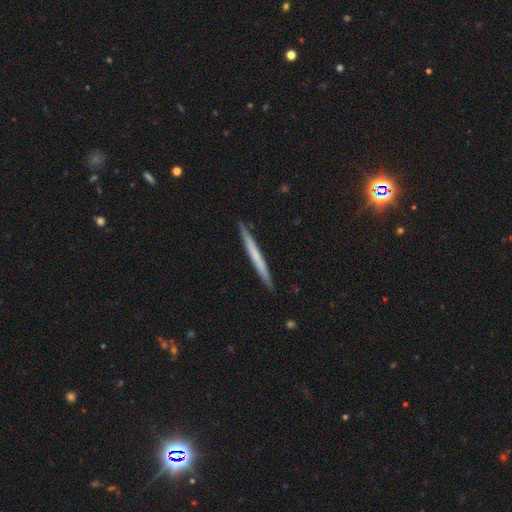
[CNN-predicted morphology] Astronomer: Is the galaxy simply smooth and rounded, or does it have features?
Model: smooth — 52% (runner-up: featured or disk, 42%).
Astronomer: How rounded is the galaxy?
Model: cigar-shaped — 97%.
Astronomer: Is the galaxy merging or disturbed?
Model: none — 91%.